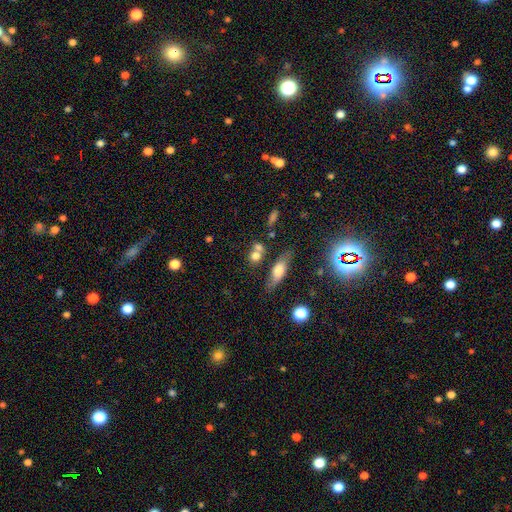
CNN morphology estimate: smooth-or-featured: smooth: 71% | featured or disk: 18% | star or artifact: 12%
  how-rounded: round: 55% | in between: 35% | cigar-shaped: 10%
  merging: none: 49% | merger: 34% | minor disturbance: 12% | major disturbance: 5%